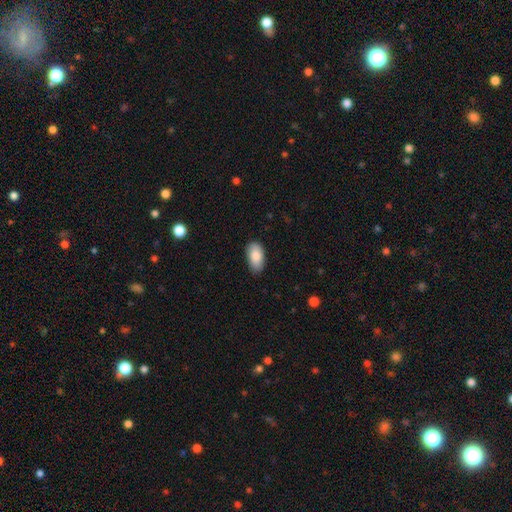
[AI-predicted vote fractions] Morphology: type=smooth (88%); roundness=in between (95%); merging=none (82%).